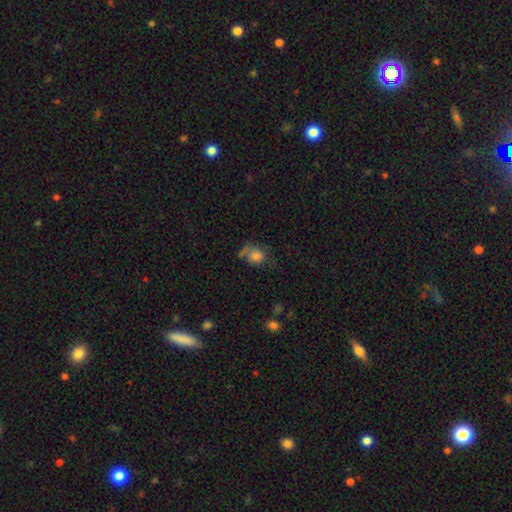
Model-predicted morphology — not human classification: Smooth or featured?
  - smooth: 75% *
  - featured or disk: 13%
  - star or artifact: 12%
How rounded?
  - round: 66% *
  - in between: 33%
  - cigar-shaped: 1%
Merging?
  - none: 45% *
  - minor disturbance: 24%
  - major disturbance: 19%
  - merger: 12%